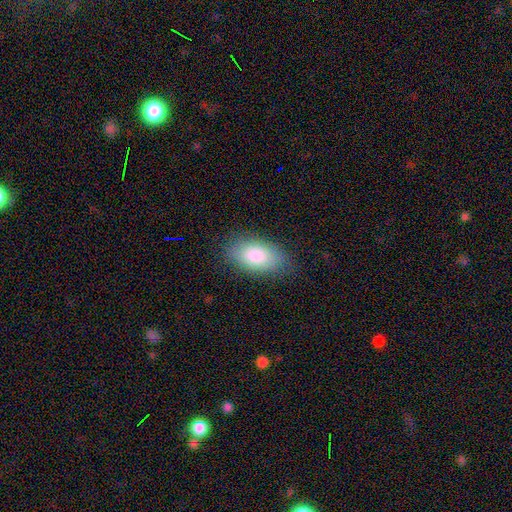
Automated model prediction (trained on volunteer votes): Smooth or featured? Predicted: smooth (p=0.84). How rounded? Predicted: in between (p=0.93). Merging? Predicted: none (p=0.82).